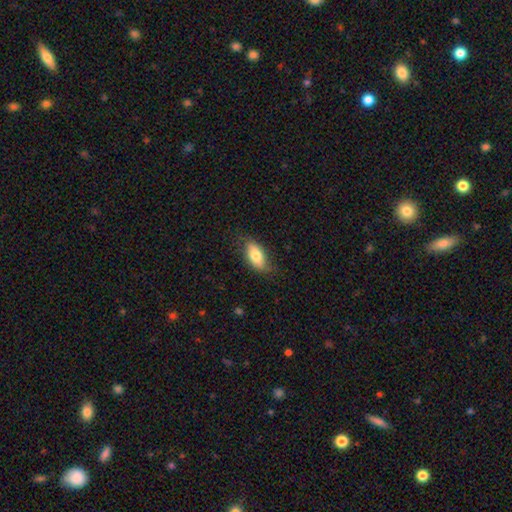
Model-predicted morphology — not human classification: This appears to be a smooth galaxy with no disk features (72%) that is in between round and cigar-shaped (88%). Merging: none (72%).